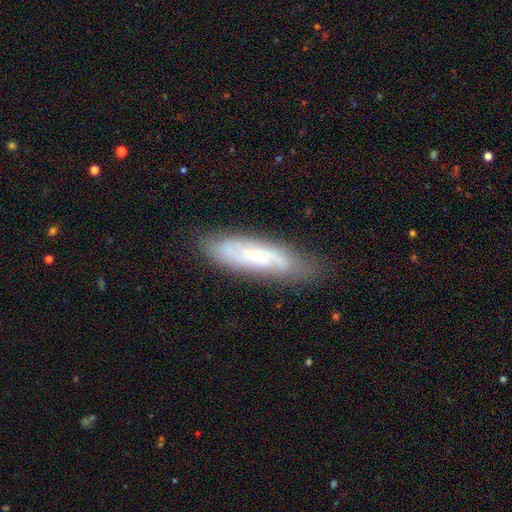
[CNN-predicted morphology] featured or disk 68%, smooth 25%, star or artifact 7%. Down the decision tree: edge-on disk — no (80%); bar — no (61%); spiral arms — yes (88%); bulge size — small (75%); merging — none (77%).